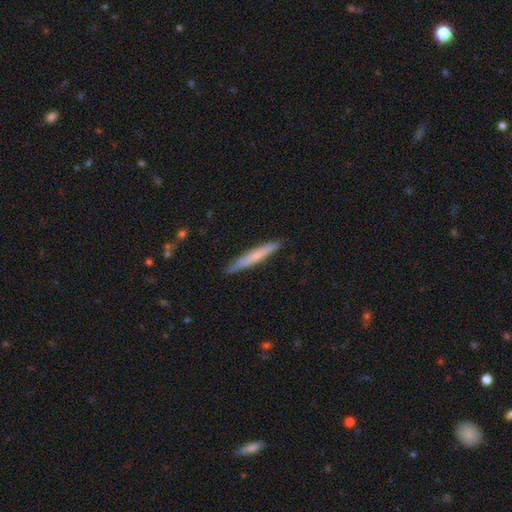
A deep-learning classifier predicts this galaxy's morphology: Smooth or featured: smooth — 61% (featured or disk — 33%)
How rounded: cigar-shaped — 96% (in between — 3%)
Merging: none — 89% (minor disturbance — 9%)